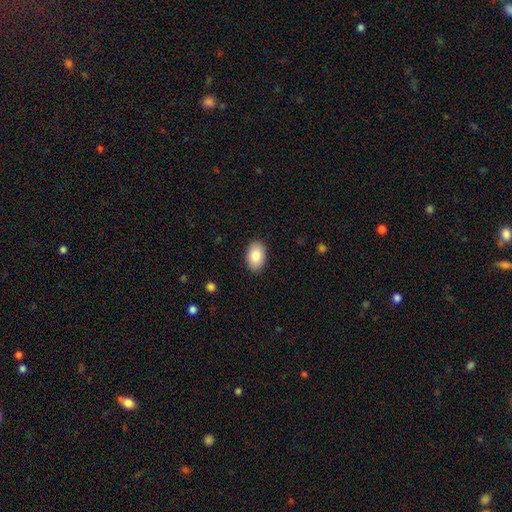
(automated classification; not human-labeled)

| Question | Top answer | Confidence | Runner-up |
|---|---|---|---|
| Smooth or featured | smooth | 85% | featured or disk (8%) |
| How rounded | in between | 92% | round (7%) |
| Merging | none | 89% | minor disturbance (8%) |